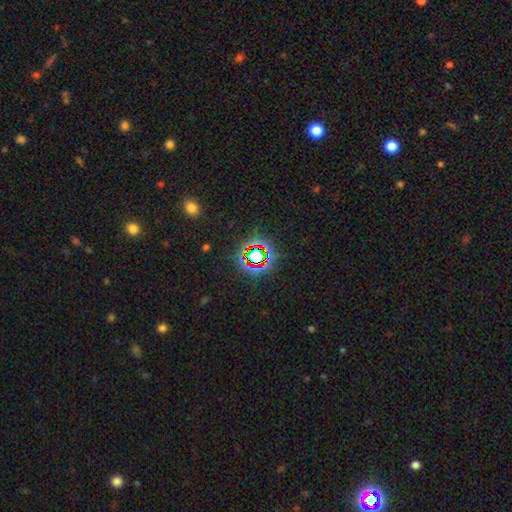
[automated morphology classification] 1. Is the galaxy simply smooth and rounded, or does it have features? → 76% star or artifact, 14% smooth, 10% featured or disk.